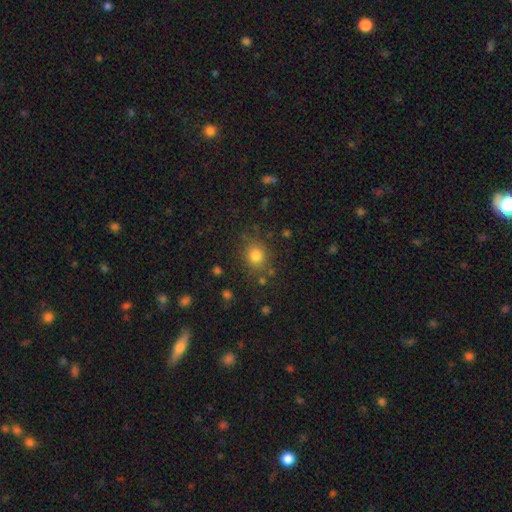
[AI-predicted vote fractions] A smooth galaxy with no disk features (80%) that is round (76%).

Vote fractions:
- Smooth or featured? smooth: 80% / star or artifact: 14% / featured or disk: 7%
- How rounded? round: 76% / in between: 23% / cigar-shaped: 1%
- Merging? none: 80% / minor disturbance: 11% / major disturbance: 4% / merger: 4%